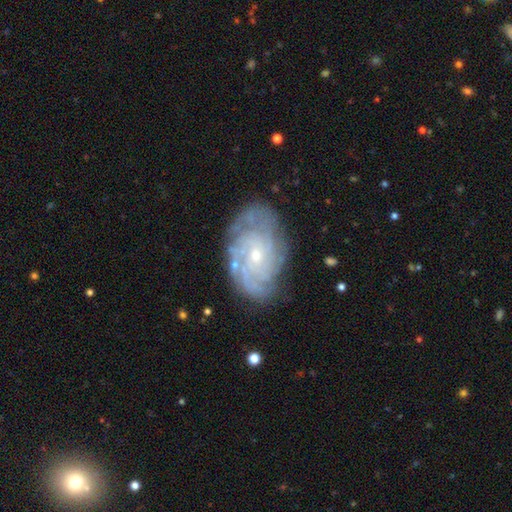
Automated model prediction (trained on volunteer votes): The model was most divided on "spiral arm count": can't tell: 37%, 4: 22%, 3: 14%, more than 4: 11%, 2: 10%, 1: 6%. More confident: edge-on disk — no (96%); spiral arms — yes (95%); smooth or featured — featured or disk (83%); merging — none (75%); bar — no (74%); spiral winding — tight (70%); bulge size — small (68%).